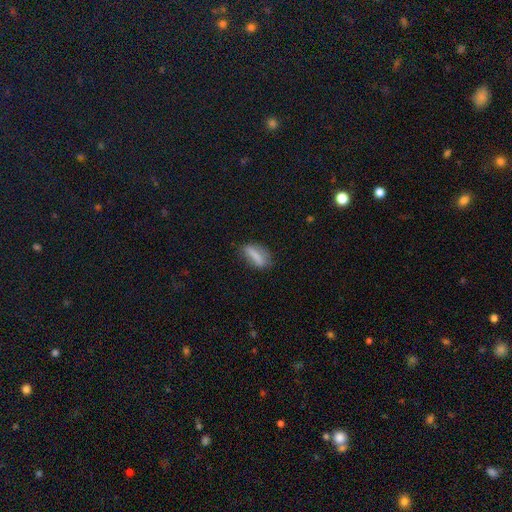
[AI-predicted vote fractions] Overall: smooth (69%). How rounded: cigar-shaped (49%; in between 47%). Merging: none (72%).